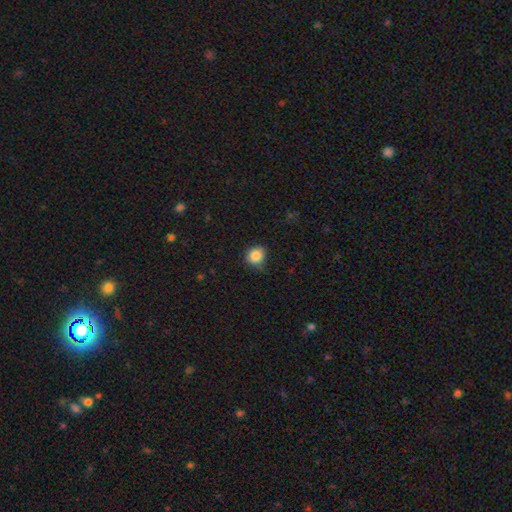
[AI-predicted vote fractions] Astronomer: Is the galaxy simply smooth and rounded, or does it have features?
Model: smooth — 85%.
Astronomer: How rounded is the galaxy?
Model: round — 84%.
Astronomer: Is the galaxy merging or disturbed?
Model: none — 73%.